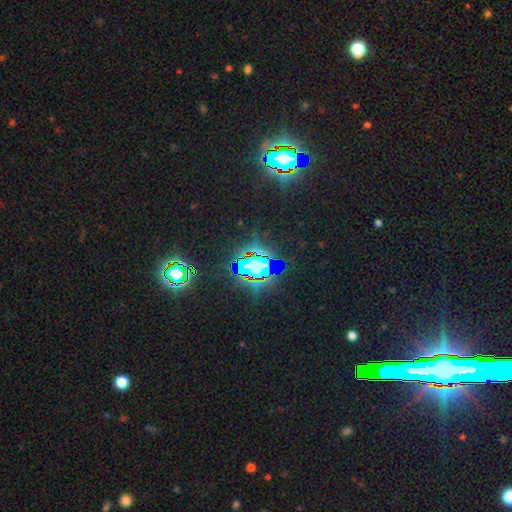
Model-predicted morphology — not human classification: This appears to be a star or artifact, not a galaxy (77%).